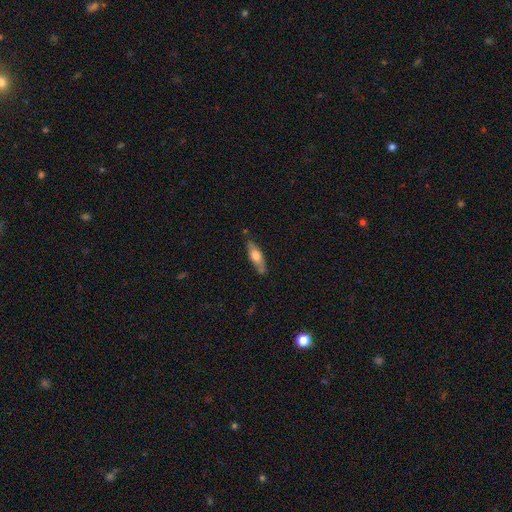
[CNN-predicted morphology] Overall: smooth (54%; featured or disk 41%). How rounded: cigar-shaped (53%; in between 45%). Merging: none (72%).